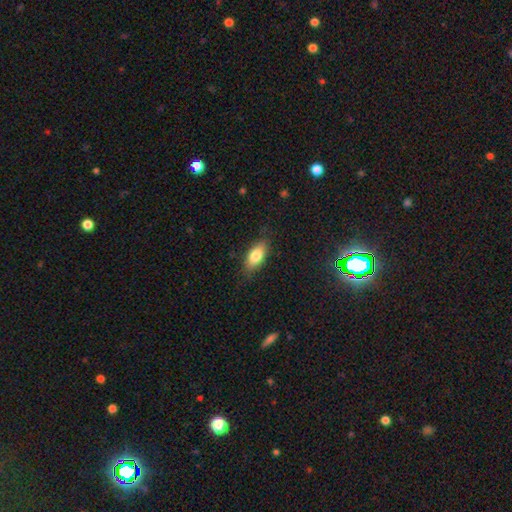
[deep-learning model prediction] This is likely a smooth galaxy (79%). How rounded: clearly in between (84%). Merging: clearly none (83%).